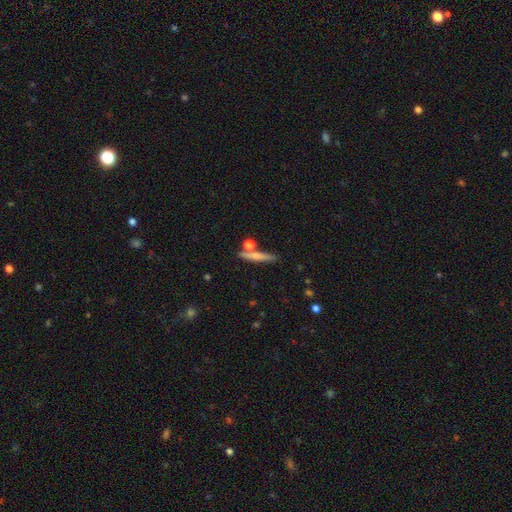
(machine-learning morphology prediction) Smooth or featured: smooth — 55% (featured or disk — 38%)
How rounded: cigar-shaped — 87% (in between — 8%)
Merging: none — 74% (merger — 14%)